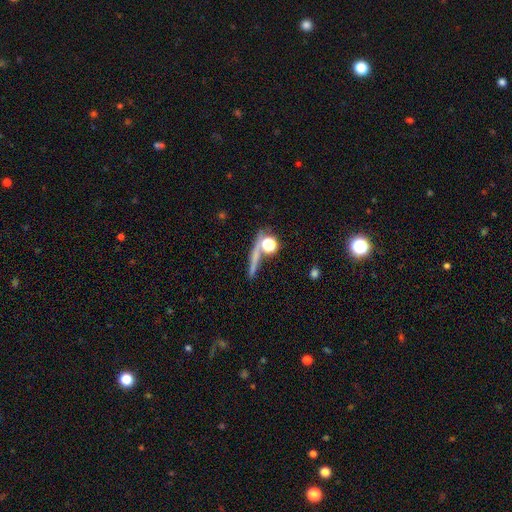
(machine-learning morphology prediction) smooth_or_featured: smooth (p=0.46) [alt: featured or disk p=0.29]
merging: none (p=0.65) [alt: merger p=0.16]